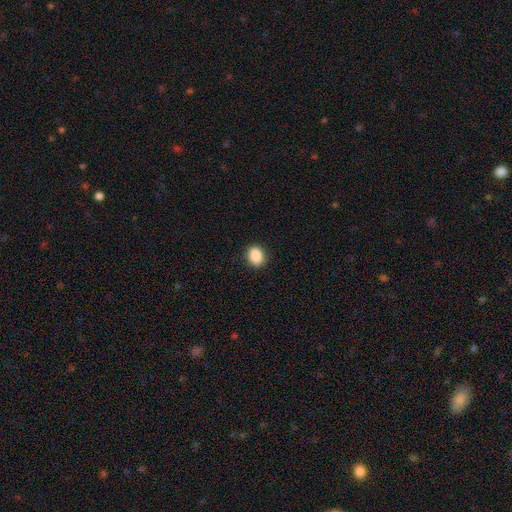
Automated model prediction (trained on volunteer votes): Smooth or featured? smooth (89%)
How rounded? in between (58%)
Merging? none (88%)